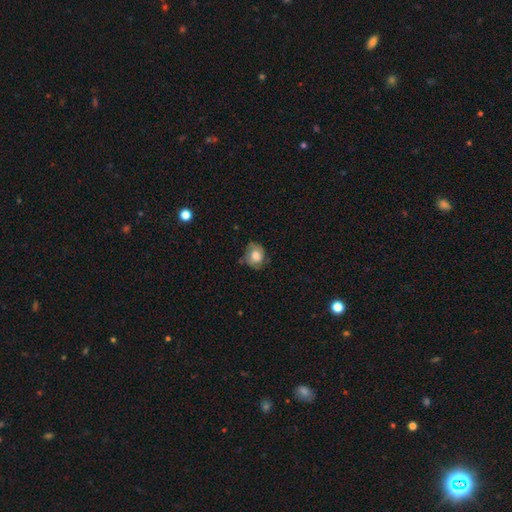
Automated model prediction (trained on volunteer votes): This appears to be a smooth galaxy with no disk features (68%) that is round (60%). Merging: none (61%).